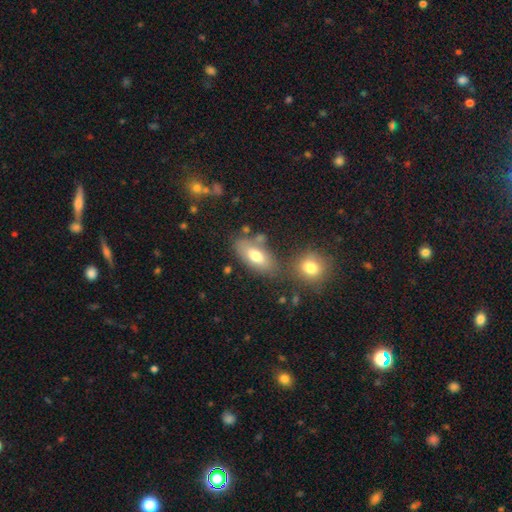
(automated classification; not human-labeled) A smooth galaxy with no disk features (72%) that is in between round and cigar-shaped (86%). Merging: none (63%).